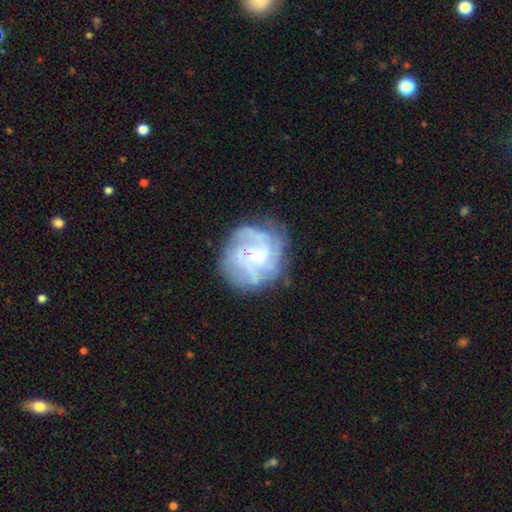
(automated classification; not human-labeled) Smooth or featured?
  - featured or disk: 72% *
  - smooth: 20%
  - star or artifact: 8%
Edge-on disk?
  - no: 98% *
  - yes: 2%
Bar?
  - no: 57% *
  - weak: 36%
  - strong: 7%
Spiral arms?
  - yes: 80% *
  - no: 20%
Spiral winding?
  - tight: 47% *
  - medium: 36%
  - loose: 17%
Spiral arm count?
  - can't tell: 44% *
  - 3: 19%
  - 2: 17%
  - 4: 9%
  - 1: 6%
  - more than 4: 5%
Bulge size?
  - small: 40% *
  - none: 27%
  - moderate: 26%
  - large: 5%
  - dominant: 1%
Merging?
  - none: 64% *
  - minor disturbance: 20%
  - major disturbance: 14%
  - merger: 2%